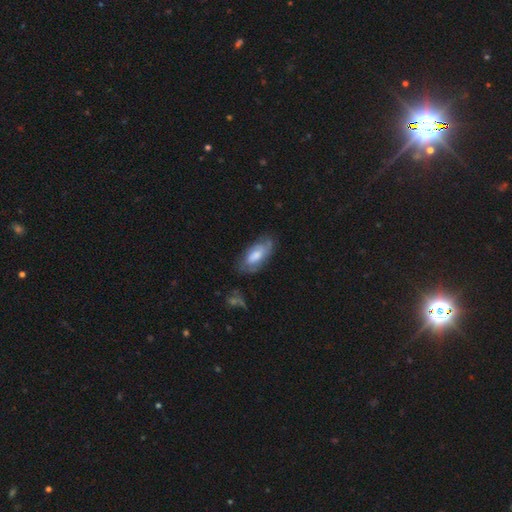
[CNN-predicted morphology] smooth_or_featured: smooth (p=0.56) [alt: featured or disk p=0.37]
how_rounded: in between (p=0.84) [alt: cigar-shaped p=0.14]
merging: none (p=0.61) [alt: minor disturbance p=0.27]